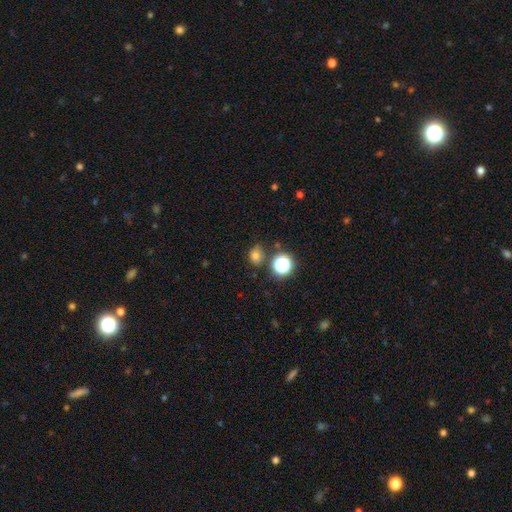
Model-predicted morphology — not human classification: The model was most divided on "how rounded": round: 63%, in between: 36%, cigar-shaped: 1%. More confident: smooth or featured — smooth (73%); merging — none (71%).